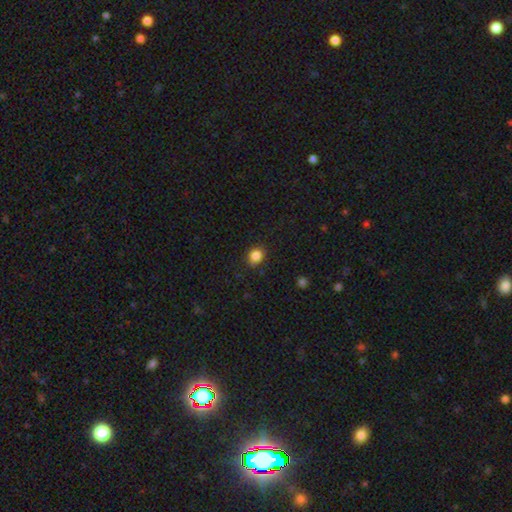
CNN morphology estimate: Smooth or featured? Predicted: smooth (p=0.85). How rounded? Predicted: round (p=0.65). Merging? Predicted: none (p=0.84).